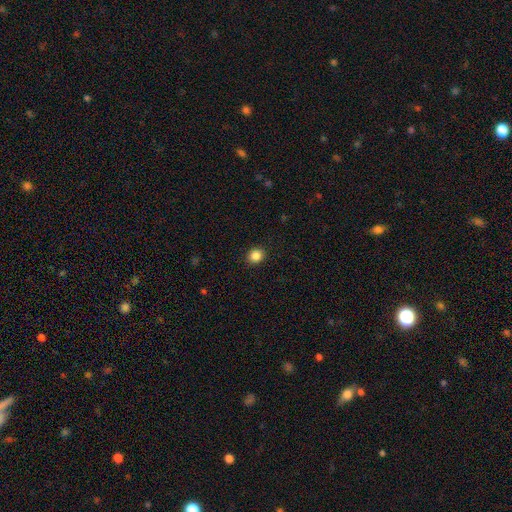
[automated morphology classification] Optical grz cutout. It shows a smooth galaxy with no disk features (86%) that is round (77%). Merging: none (91%).